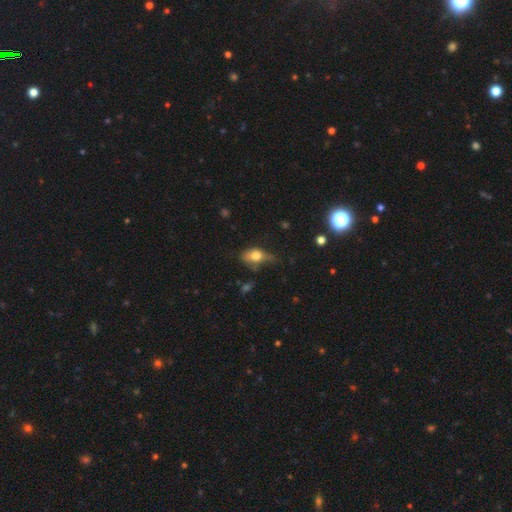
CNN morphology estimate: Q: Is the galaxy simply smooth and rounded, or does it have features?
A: smooth — 72%.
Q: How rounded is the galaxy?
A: in between — 80%.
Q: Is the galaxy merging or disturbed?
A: minor disturbance — 38%.